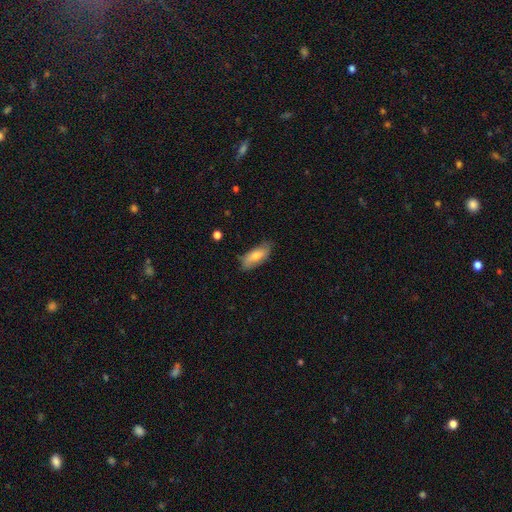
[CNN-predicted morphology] smooth-or-featured: smooth: 74% | featured or disk: 20% | star or artifact: 6%
  how-rounded: in between: 81% | cigar-shaped: 17% | round: 2%
  merging: none: 70% | minor disturbance: 24% | major disturbance: 4% | merger: 2%